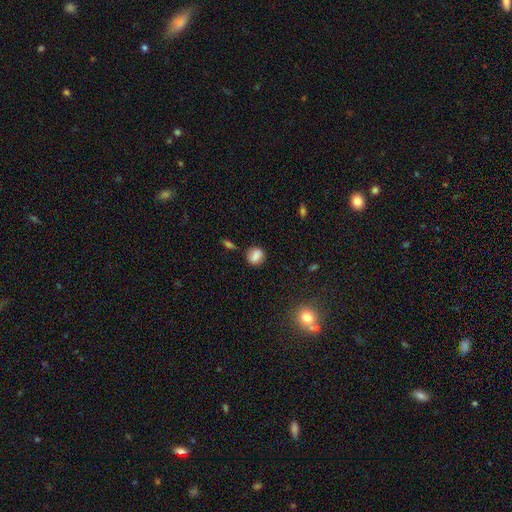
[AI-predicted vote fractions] Smooth or featured: smooth — 80% (featured or disk — 10%)
How rounded: round — 60% (in between — 38%)
Merging: none — 75% (minor disturbance — 16%)